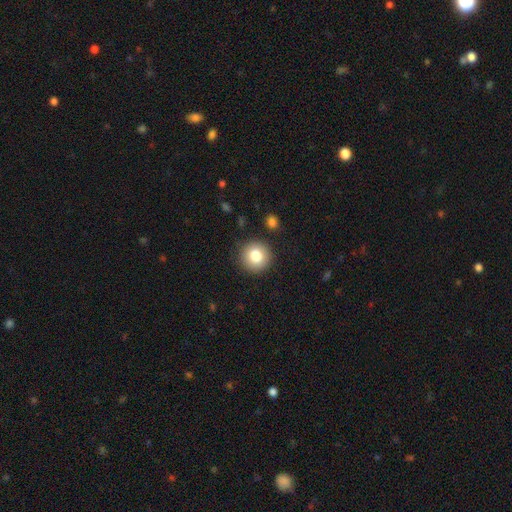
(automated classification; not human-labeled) A smooth galaxy with no disk features (81%) that is round (94%). Merging: none (90%).